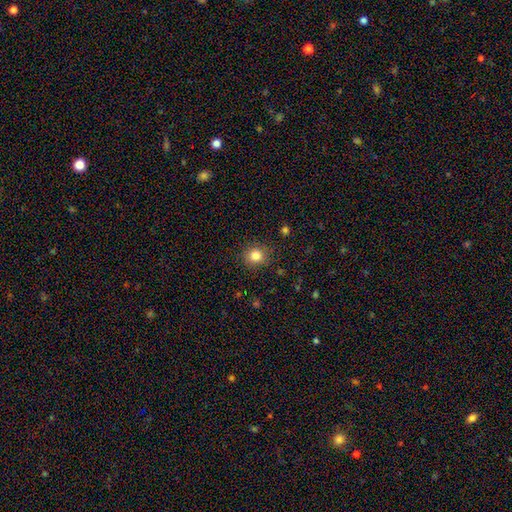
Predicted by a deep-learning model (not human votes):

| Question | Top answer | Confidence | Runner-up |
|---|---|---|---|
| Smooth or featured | smooth | 83% | star or artifact (12%) |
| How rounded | round | 87% | in between (12%) |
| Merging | none | 88% | minor disturbance (8%) |